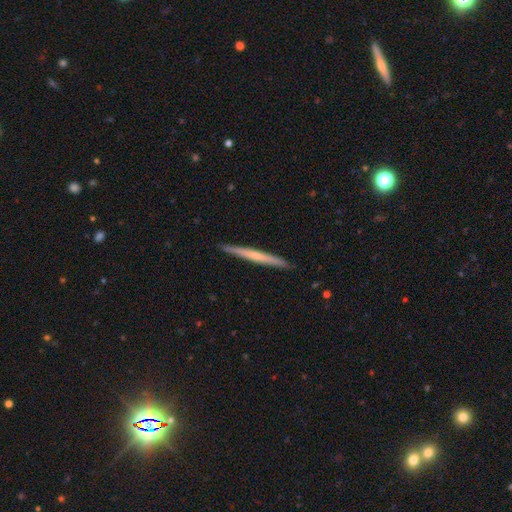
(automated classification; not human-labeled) A featured or disk galaxy (51%) viewed edge-on (97%).

Vote fractions:
- Smooth or featured? featured or disk: 51% / smooth: 43% / star or artifact: 5%
- Edge-on disk? yes: 97% / no: 3%
- Merging? none: 92% / minor disturbance: 6% / major disturbance: 1% / merger: 1%